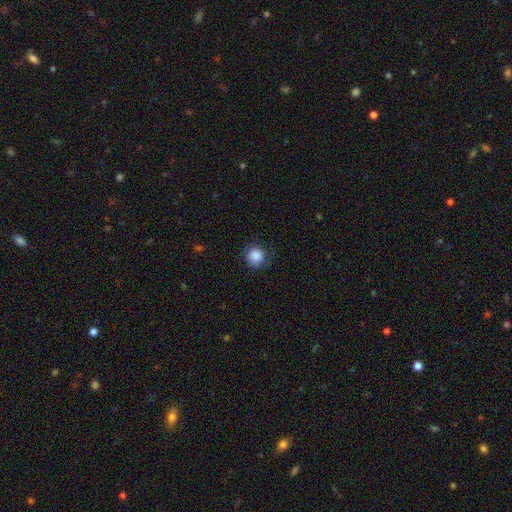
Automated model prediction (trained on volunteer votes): Smooth or featured? Predicted: smooth (p=0.86). How rounded? Predicted: round (p=0.89). Merging? Predicted: none (p=0.78).